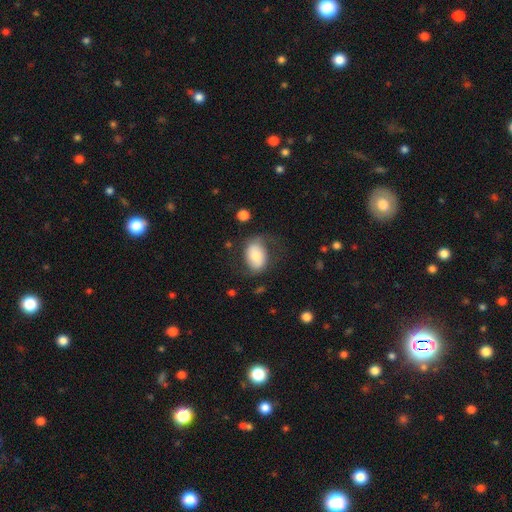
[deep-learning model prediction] This appears to be a smooth galaxy with no disk features (62%) that is in between round and cigar-shaped (81%). Merging: none (54%).